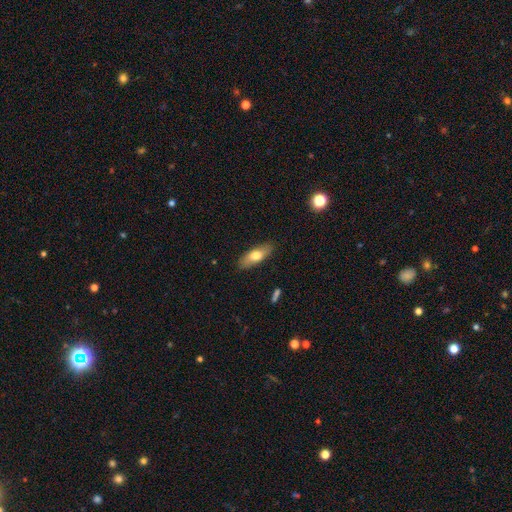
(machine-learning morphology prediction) smooth_or_featured: smooth (p=0.69) [alt: featured or disk p=0.25]
how_rounded: in between (p=0.69) [alt: cigar-shaped p=0.29]
merging: none (p=0.86) [alt: minor disturbance p=0.11]